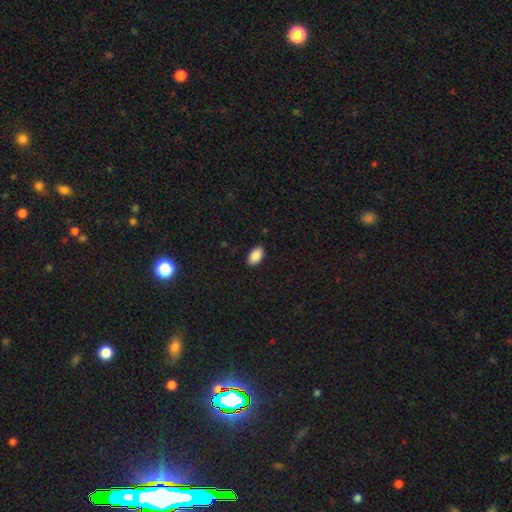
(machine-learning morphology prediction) Smooth or featured: smooth — 90% (star or artifact — 7%)
How rounded: in between — 94% (round — 4%)
Merging: none — 89% (minor disturbance — 8%)